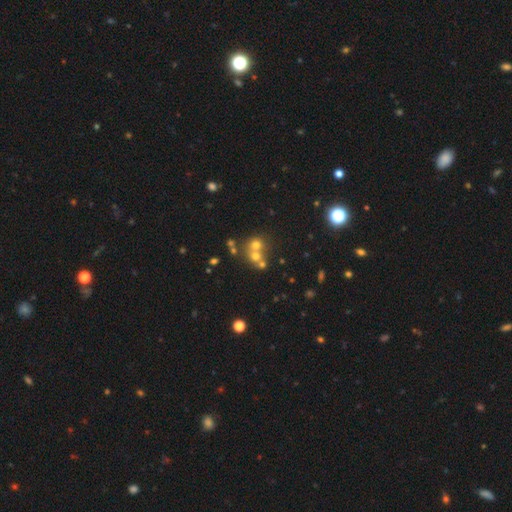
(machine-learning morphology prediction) type=smooth (55%); roundness=round (82%); merging=merger (48%).